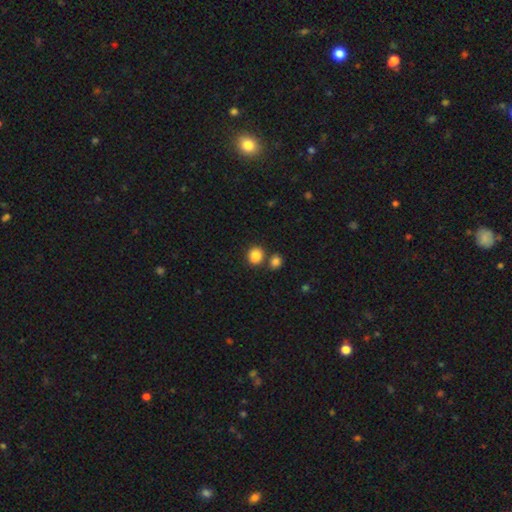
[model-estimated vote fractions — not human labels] Smooth or featured: smooth — 86% (star or artifact — 10%)
How rounded: round — 81% (in between — 18%)
Merging: none — 70% (merger — 19%)